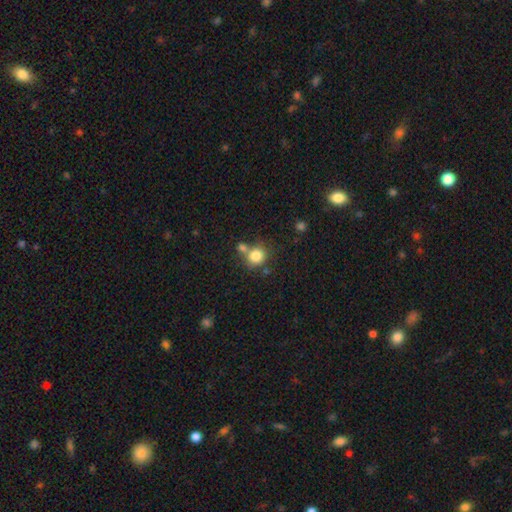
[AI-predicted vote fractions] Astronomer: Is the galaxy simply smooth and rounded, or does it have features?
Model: smooth — 81%.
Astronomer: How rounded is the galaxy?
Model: round — 84%.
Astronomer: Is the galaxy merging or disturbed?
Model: none — 57%.